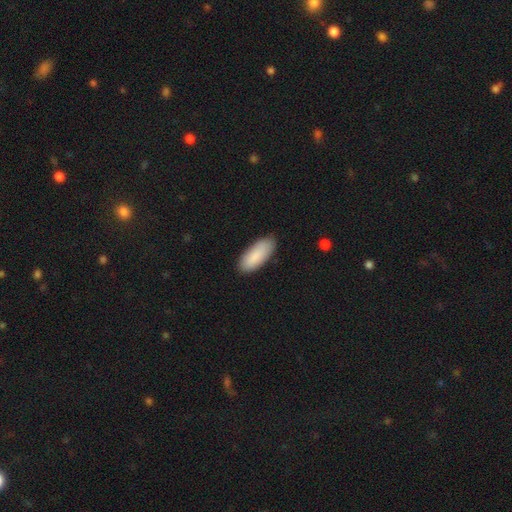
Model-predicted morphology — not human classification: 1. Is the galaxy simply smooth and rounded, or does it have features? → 88% smooth, 7% featured or disk, 5% star or artifact.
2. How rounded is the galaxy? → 82% in between, 17% cigar-shaped, 2% round.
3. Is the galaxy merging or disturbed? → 84% none, 13% minor disturbance, 2% major disturbance, 1% merger.